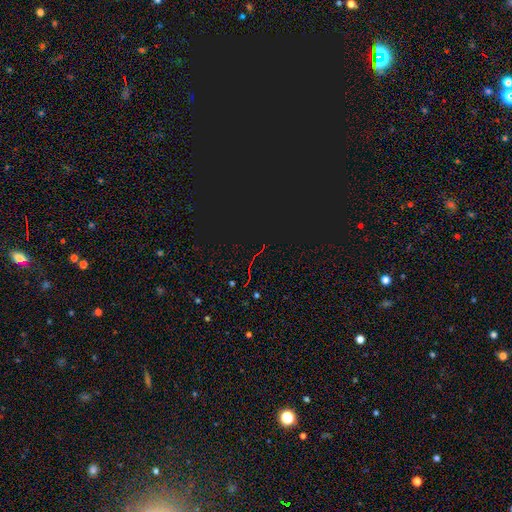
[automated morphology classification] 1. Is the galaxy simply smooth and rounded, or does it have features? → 82% star or artifact, 9% smooth, 8% featured or disk.